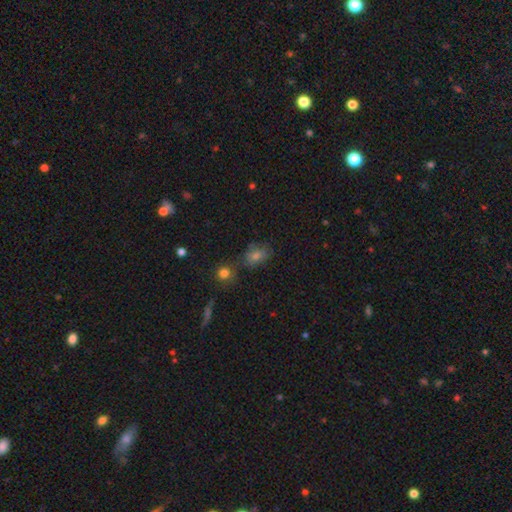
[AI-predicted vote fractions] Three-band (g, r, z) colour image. It shows a smooth galaxy with no disk features (63%) that is in between round and cigar-shaped (70%). Merging: none (65%).